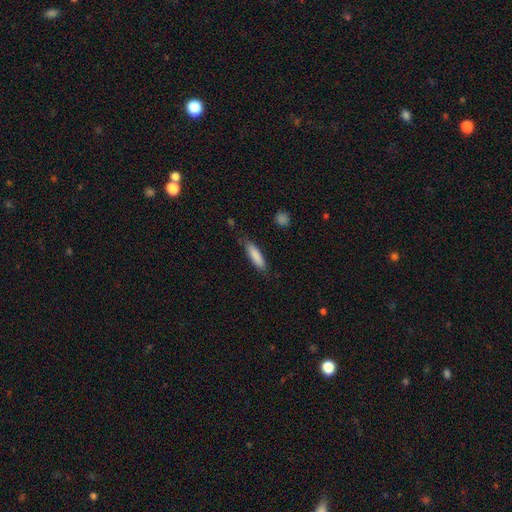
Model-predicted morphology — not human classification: smooth_or_featured: smooth (p=0.86) [alt: featured or disk p=0.08]
how_rounded: cigar-shaped (p=0.67) [alt: in between p=0.32]
merging: none (p=0.81) [alt: minor disturbance p=0.15]